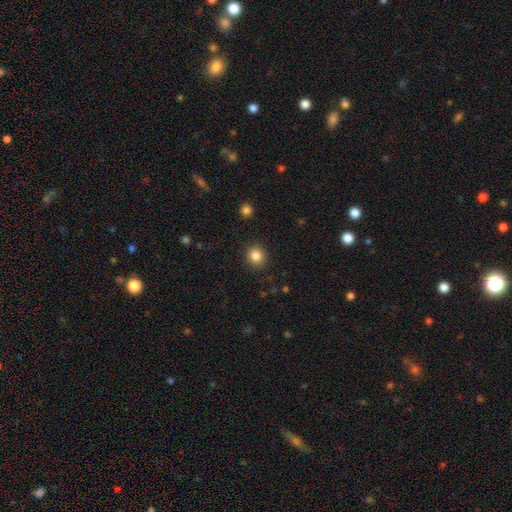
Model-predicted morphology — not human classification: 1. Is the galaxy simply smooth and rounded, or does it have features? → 84% smooth, 11% star or artifact, 5% featured or disk.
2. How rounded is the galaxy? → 87% round, 12% in between, 1% cigar-shaped.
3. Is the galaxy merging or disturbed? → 90% none, 7% minor disturbance, 2% major disturbance, 1% merger.